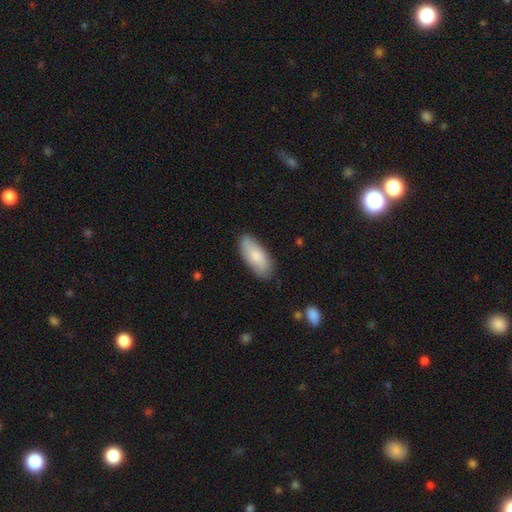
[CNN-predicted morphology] smooth 80%, featured or disk 15%, star or artifact 6%. Down the decision tree: how rounded — in between (86%); merging — none (79%).